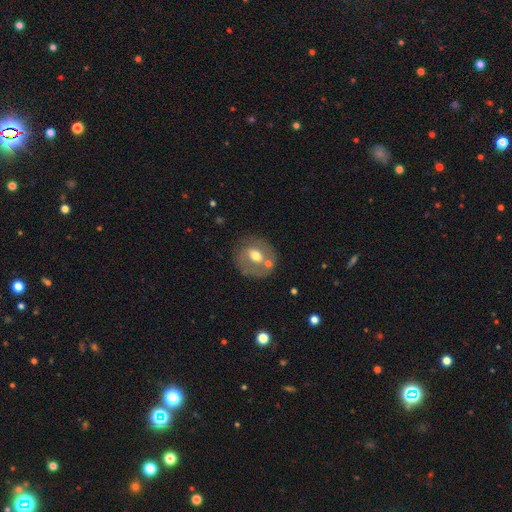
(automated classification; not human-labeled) Overall: smooth (52%; featured or disk 40%). How rounded: round (73%). Merging: none (66%).